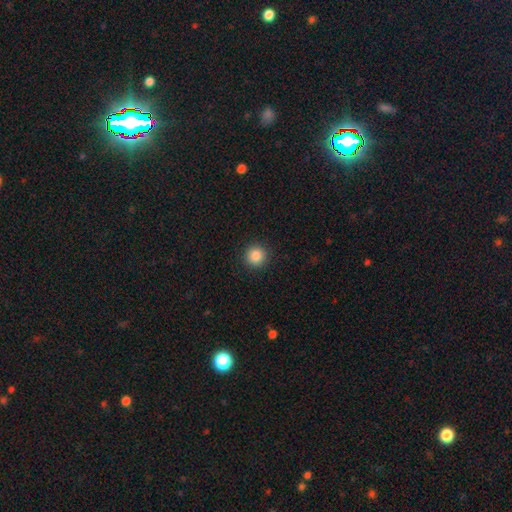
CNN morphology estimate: A smooth galaxy with no disk features (86%) that is round (95%). Merging: none (92%).